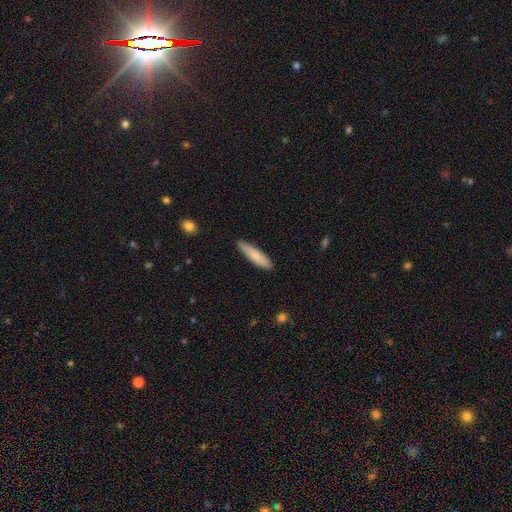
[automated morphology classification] A smooth galaxy with no disk features (76%) that is cigar-shaped (80%). Merging: none (86%).